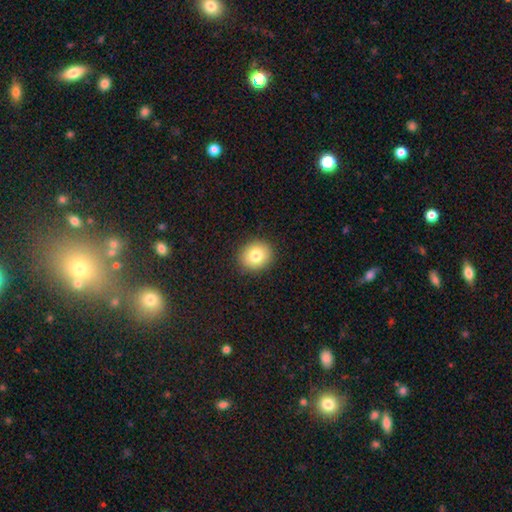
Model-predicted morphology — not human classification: Q: Smooth or featured?
A: smooth (80%); runner-up: featured or disk (10%)
Q: How rounded?
A: round (76%); runner-up: in between (24%)
Q: Merging?
A: none (90%); runner-up: minor disturbance (7%)